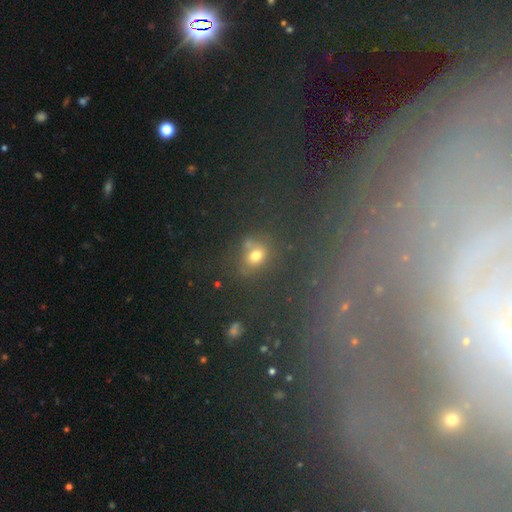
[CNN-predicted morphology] Smooth or featured? Predicted: smooth (p=0.61). How rounded? Predicted: round (p=0.56). Merging? Predicted: none (p=0.59).